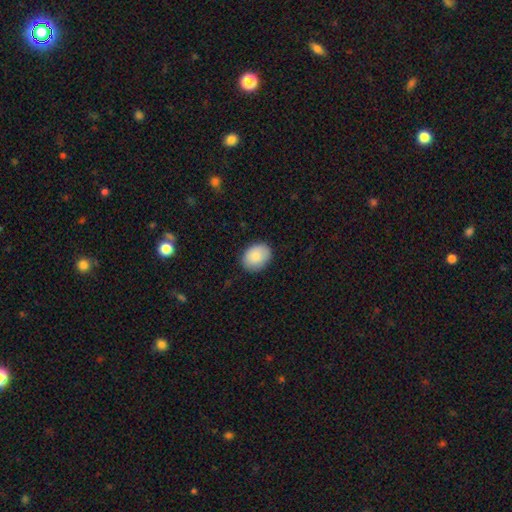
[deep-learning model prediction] The model was most divided on "how rounded": in between: 65%, round: 34%, cigar-shaped: 1%. More confident: smooth or featured — smooth (86%); merging — none (85%).